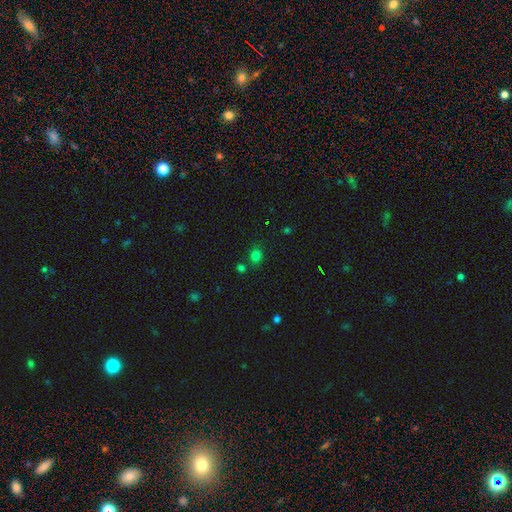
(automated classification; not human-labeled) Q: Smooth or featured?
A: smooth (74%); runner-up: star or artifact (21%)
Q: How rounded?
A: round (63%); runner-up: in between (36%)
Q: Merging?
A: none (76%); runner-up: minor disturbance (11%)